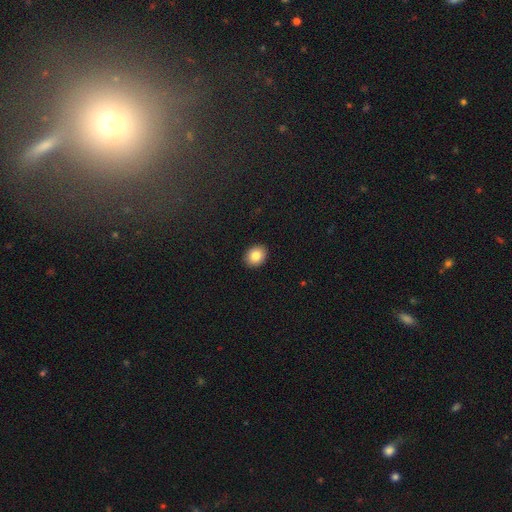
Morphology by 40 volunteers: Q: Smooth or featured?
A: smooth (88%); runner-up: star or artifact (10%)
Q: How rounded?
A: round (51%); runner-up: in between (49%)
Q: Merging?
A: none (94%); runner-up: minor disturbance (6%)